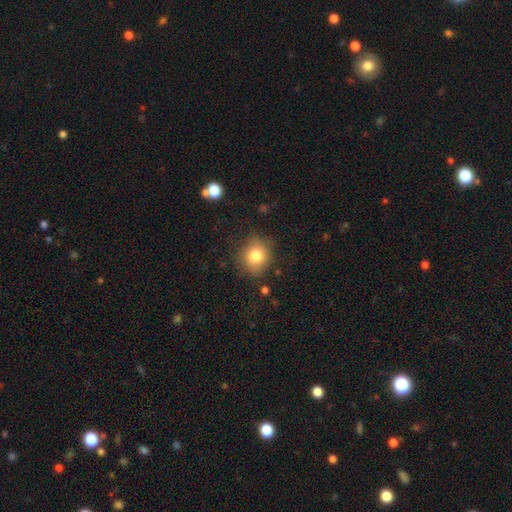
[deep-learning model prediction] The model was most divided on "how rounded": round: 78%, in between: 21%, cigar-shaped: 1%. More confident: smooth or featured — smooth (81%); merging — none (80%).